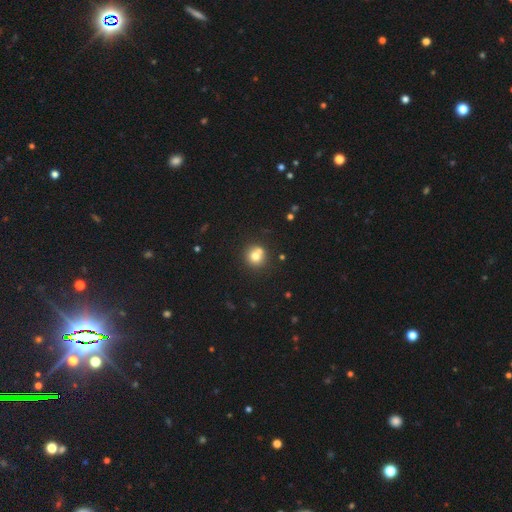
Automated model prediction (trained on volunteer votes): A smooth galaxy with no disk features (74%) that is round (91%).

Vote fractions:
- Smooth or featured? smooth: 74% / featured or disk: 14% / star or artifact: 12%
- How rounded? round: 91% / in between: 8% / cigar-shaped: 1%
- Merging? none: 63% / merger: 25% / minor disturbance: 10% / major disturbance: 3%